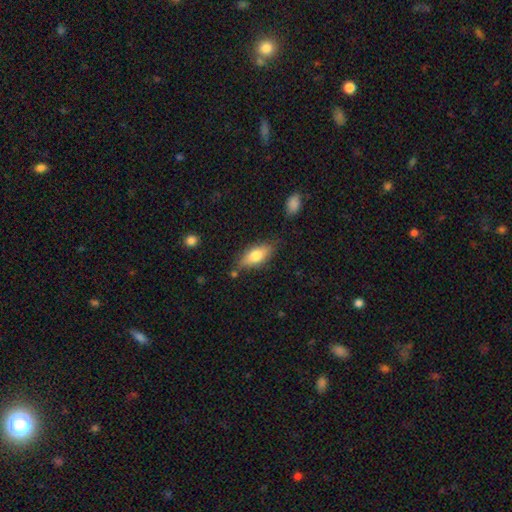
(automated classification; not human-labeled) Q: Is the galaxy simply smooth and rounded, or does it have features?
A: smooth — 72%.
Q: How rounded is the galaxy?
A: in between — 80%.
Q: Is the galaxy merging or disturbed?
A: none — 74%.